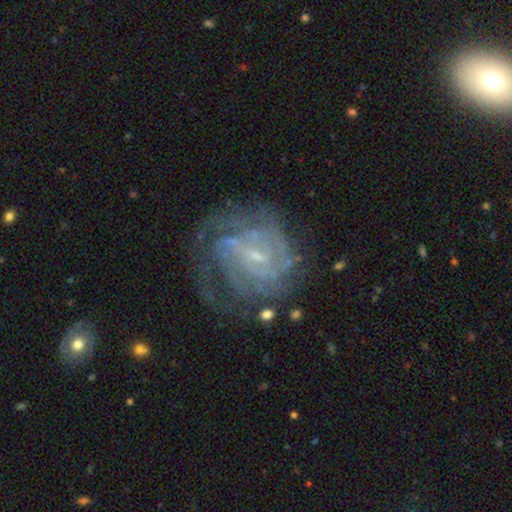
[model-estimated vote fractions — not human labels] smooth_or_featured: featured or disk (p=0.85) [alt: smooth p=0.08]
disk_edge_on: no (p=0.97) [alt: yes p=0.03]
bar: weak (p=0.54) [alt: no p=0.31]
has_spiral_arms: yes (p=0.93) [alt: no p=0.07]
spiral_winding: tight (p=0.65) [alt: medium p=0.28]
spiral_arm_count: can't tell (p=0.40) [alt: 4 p=0.18]
bulge_size: small (p=0.76) [alt: moderate p=0.16]
merging: none (p=0.62) [alt: minor disturbance p=0.20]